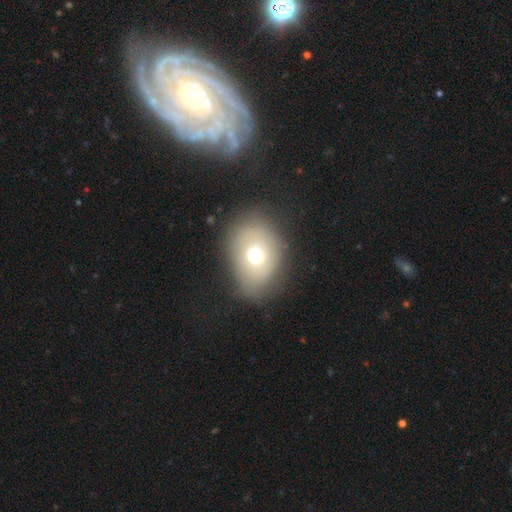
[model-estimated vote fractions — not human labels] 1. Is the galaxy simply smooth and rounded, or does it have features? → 65% smooth, 22% featured or disk, 13% star or artifact.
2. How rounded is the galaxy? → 65% in between, 34% round, 1% cigar-shaped.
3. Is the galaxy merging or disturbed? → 73% none, 18% minor disturbance, 8% major disturbance, 2% merger.